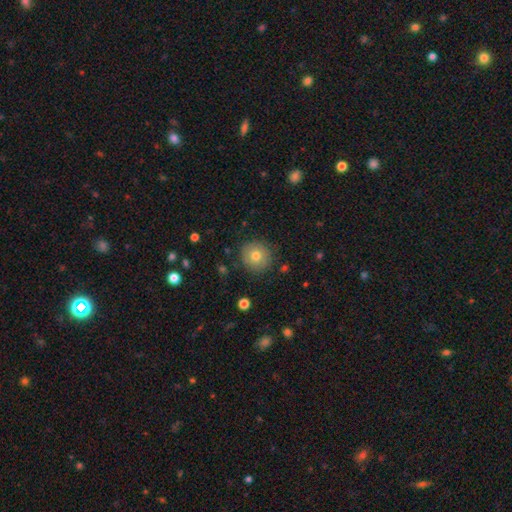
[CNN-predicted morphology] This appears to be a smooth galaxy with no disk features (75%) that is round (92%). Merging: none (87%).